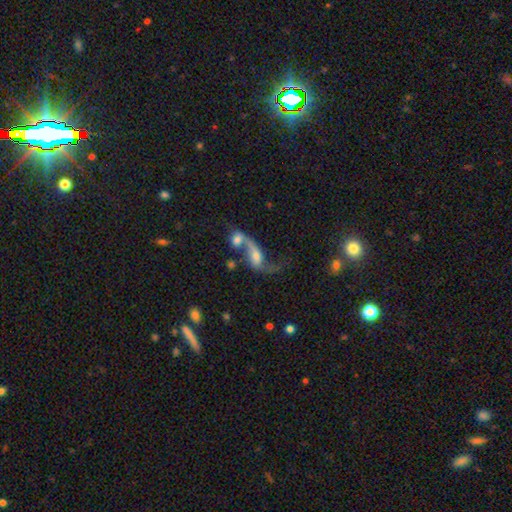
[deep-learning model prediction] This is likely a featured or disk galaxy (65%). It is clearly not viewed edge-on (91%). Bar: possibly no (52%). Spiral arm pattern: likely yes (78%). Central bulge: possibly moderate (47%). Merging: possibly merger (56%).